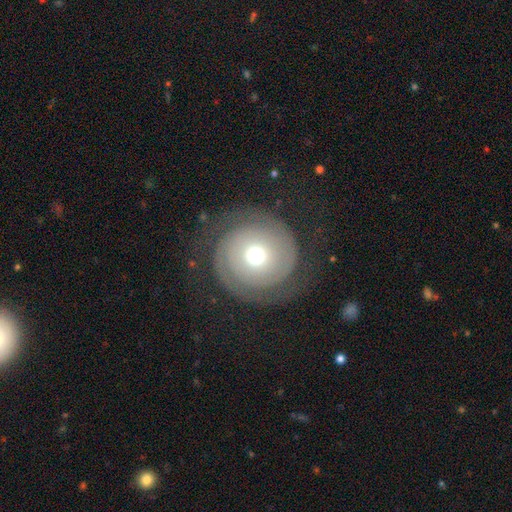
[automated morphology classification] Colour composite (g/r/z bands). It shows a featured or disk galaxy (62%) with no bar (84%), spiral arms (73%) and a moderate central bulge (60%). Merging: none (69%).